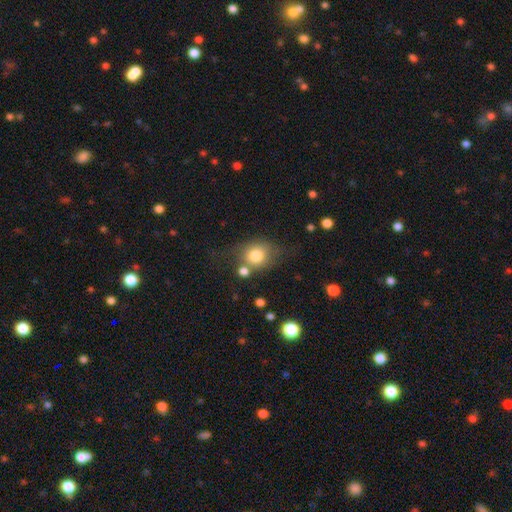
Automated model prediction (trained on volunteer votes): smooth-or-featured: smooth: 78% | featured or disk: 12% | star or artifact: 10%
  how-rounded: round: 65% | in between: 34% | cigar-shaped: 1%
  merging: none: 55% | minor disturbance: 21% | merger: 14% | major disturbance: 11%